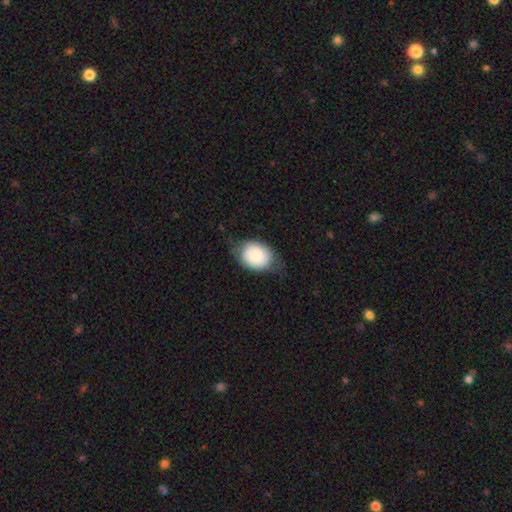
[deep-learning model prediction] Smooth or featured: smooth — 81% (featured or disk — 11%)
How rounded: in between — 58% (round — 41%)
Merging: none — 60% (minor disturbance — 30%)